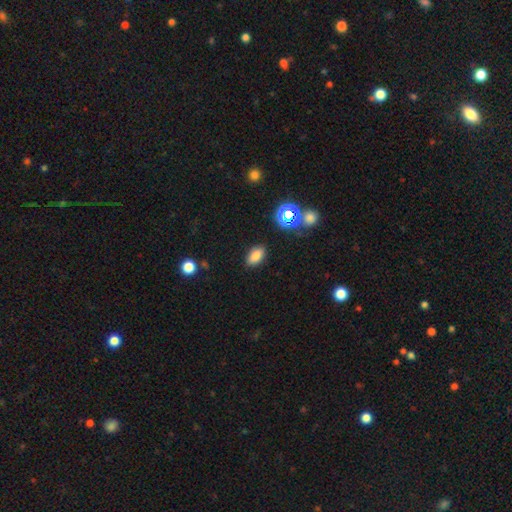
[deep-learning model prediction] smooth 78%, star or artifact 15%, featured or disk 8%. Down the decision tree: how rounded — in between (89%); merging — none (86%).